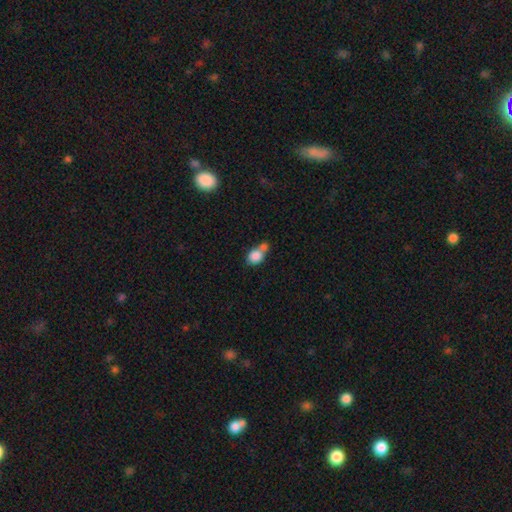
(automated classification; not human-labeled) smooth-or-featured: smooth: 82% | star or artifact: 9% | featured or disk: 9%
  how-rounded: round: 58% | in between: 40% | cigar-shaped: 2%
  merging: merger: 53% | none: 28% | minor disturbance: 13% | major disturbance: 6%